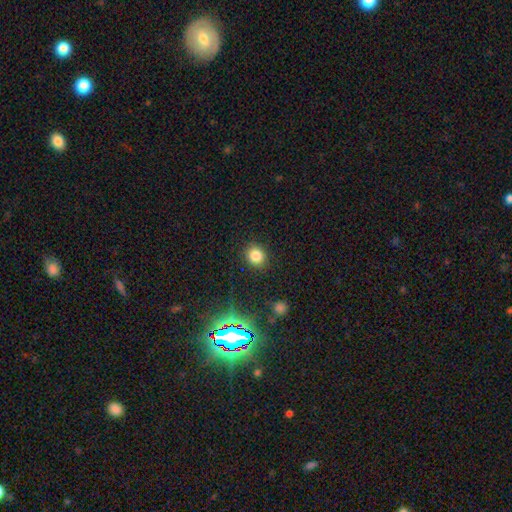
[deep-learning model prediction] Q: Smooth or featured?
A: smooth (79%); runner-up: star or artifact (15%)
Q: How rounded?
A: round (79%); runner-up: in between (20%)
Q: Merging?
A: none (89%); runner-up: minor disturbance (7%)